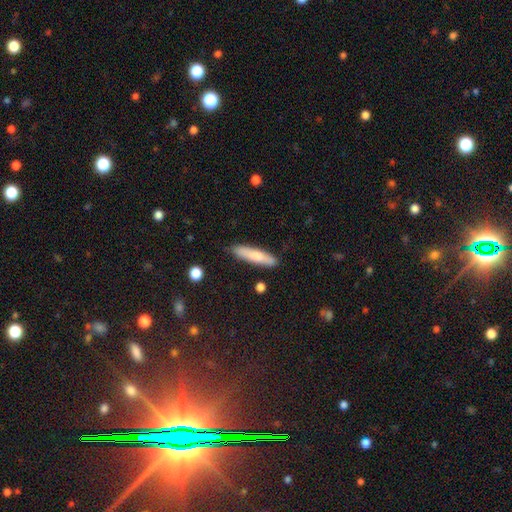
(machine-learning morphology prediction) type=smooth (74%); roundness=cigar-shaped (81%); merging=none (82%).